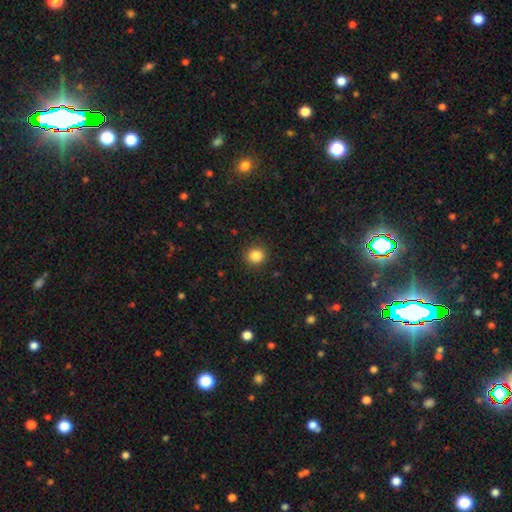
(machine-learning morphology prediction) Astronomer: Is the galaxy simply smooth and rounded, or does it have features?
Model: smooth — 86%.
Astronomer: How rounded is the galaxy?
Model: round — 86%.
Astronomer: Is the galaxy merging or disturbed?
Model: none — 90%.